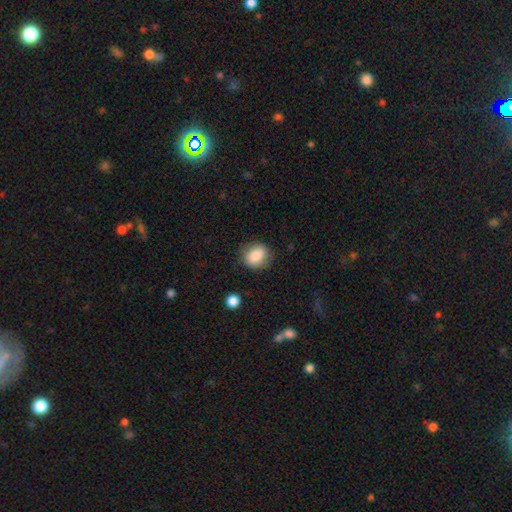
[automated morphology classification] A smooth galaxy with no disk features (84%) that is round (61%). Merging: none (79%).